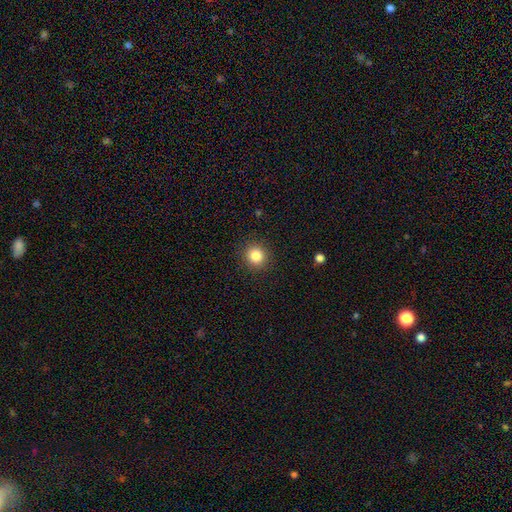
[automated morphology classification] smooth 84%, star or artifact 11%, featured or disk 5%. Down the decision tree: how rounded — round (91%); merging — none (91%).